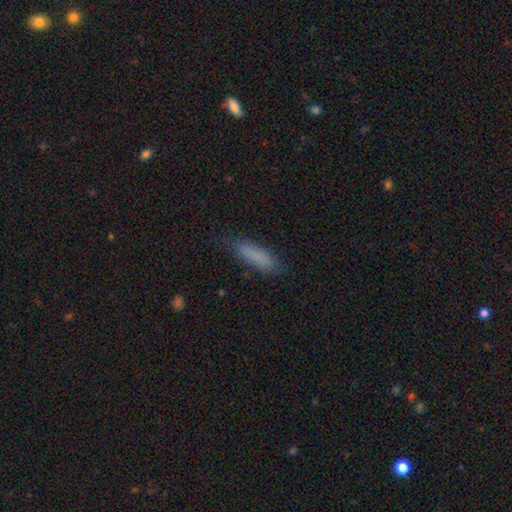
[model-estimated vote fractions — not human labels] Smooth or featured?
  - smooth: 83% *
  - featured or disk: 10%
  - star or artifact: 8%
How rounded?
  - cigar-shaped: 73% *
  - in between: 26%
  - round: 2%
Merging?
  - none: 75% *
  - minor disturbance: 19%
  - major disturbance: 5%
  - merger: 2%